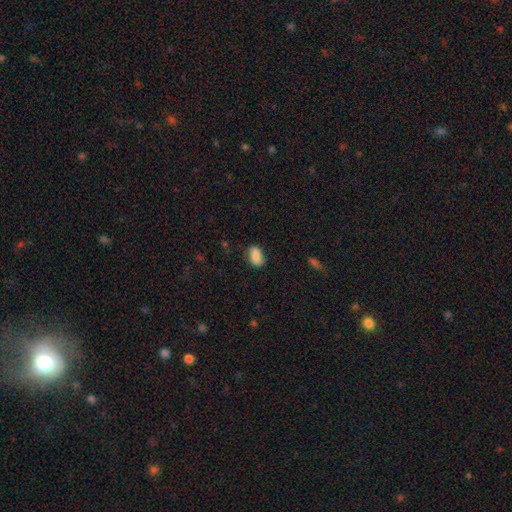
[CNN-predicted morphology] The model was most divided on "merging": none: 70%, minor disturbance: 22%, major disturbance: 6%, merger: 2%. More confident: how rounded — in between (86%); smooth or featured — smooth (77%).